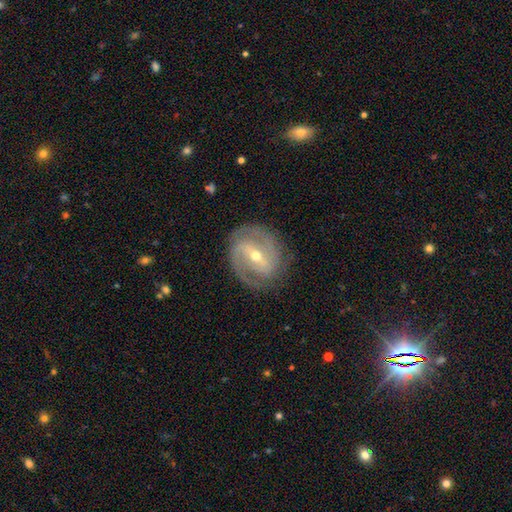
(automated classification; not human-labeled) Smooth or featured? Predicted: featured or disk (p=0.87). Edge-on disk? Predicted: no (p=0.96). Bar? Predicted: strong (p=0.52). Spiral arms? Predicted: yes (p=0.94). Spiral winding? Predicted: tight (p=0.46). Spiral arm count? Predicted: 2 (p=0.75). Bulge size? Predicted: small (p=0.51). Merging? Predicted: none (p=0.81).